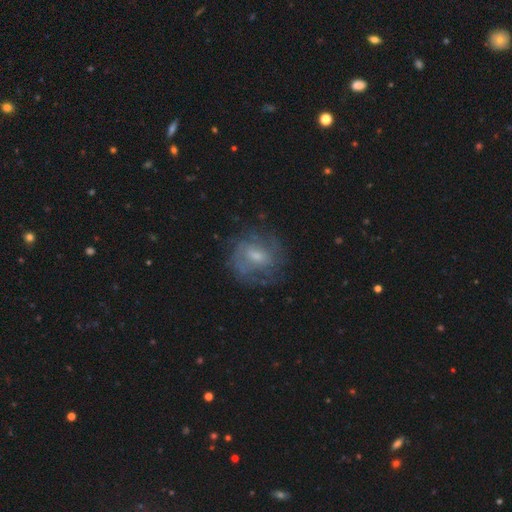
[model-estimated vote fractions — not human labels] Q: Smooth or featured?
A: featured or disk (63%); runner-up: smooth (27%)
Q: Edge-on disk?
A: no (97%); runner-up: yes (3%)
Q: Bar?
A: weak (45%); tied with: no (45%)
Q: Spiral arms?
A: yes (73%); runner-up: no (27%)
Q: Bulge size?
A: small (48%); runner-up: moderate (40%)
Q: Merging?
A: none (66%); runner-up: minor disturbance (19%)